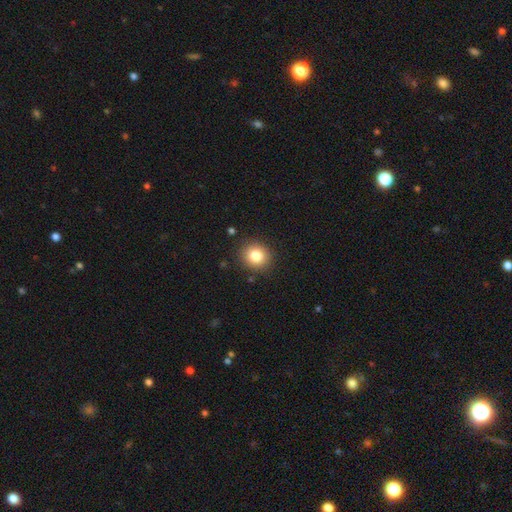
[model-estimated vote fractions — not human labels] smooth-or-featured: smooth: 82% | star or artifact: 11% | featured or disk: 7%
  how-rounded: round: 84% | in between: 15% | cigar-shaped: 1%
  merging: none: 89% | minor disturbance: 7% | major disturbance: 2% | merger: 2%